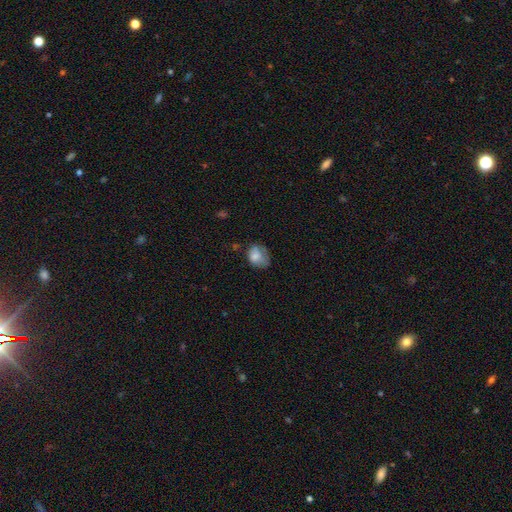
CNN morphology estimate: type=smooth (73%); roundness=in between (64%); merging=none (39%).